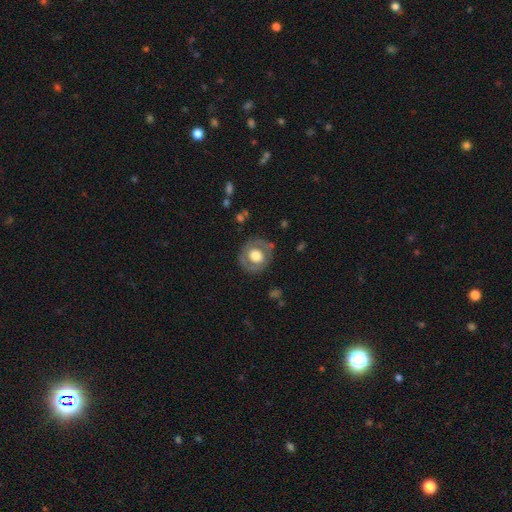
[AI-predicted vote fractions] This appears to be a smooth galaxy with no disk features (48%). Merging: none (80%).